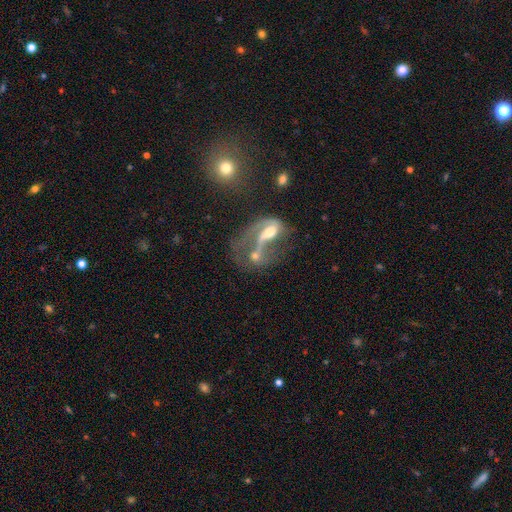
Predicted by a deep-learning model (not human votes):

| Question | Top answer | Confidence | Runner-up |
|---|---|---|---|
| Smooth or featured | featured or disk | 66% | smooth (23%) |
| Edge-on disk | no | 92% | yes (8%) |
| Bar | no | 47% | weak (34%) |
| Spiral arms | yes | 64% | no (36%) |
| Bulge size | moderate | 54% | small (27%) |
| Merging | merger | 51% | major disturbance (27%) |